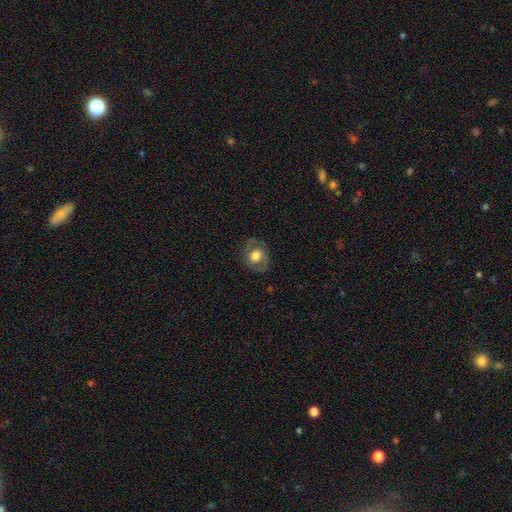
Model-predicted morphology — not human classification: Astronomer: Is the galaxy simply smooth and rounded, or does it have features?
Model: smooth — 51% (runner-up: featured or disk, 41%).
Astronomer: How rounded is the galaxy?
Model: round — 64%.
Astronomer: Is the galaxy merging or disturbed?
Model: none — 76%.